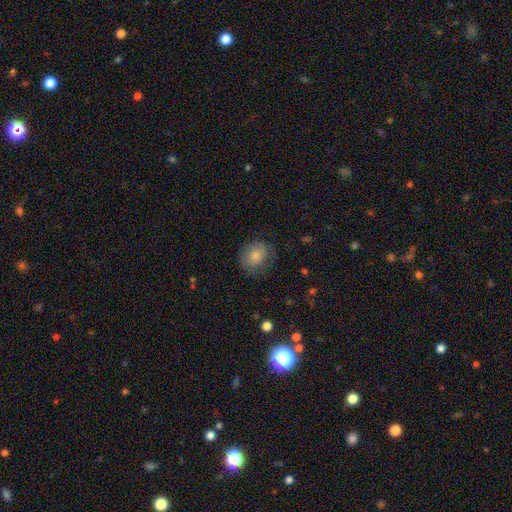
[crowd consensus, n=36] Overall: smooth (92%). How rounded: round (73%). Merging: none (63%; minor disturbance 29%).